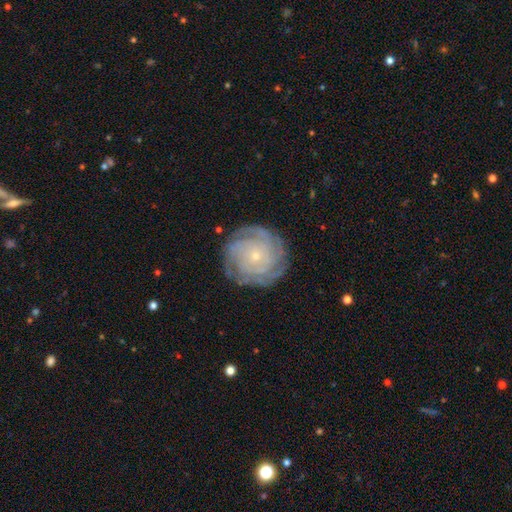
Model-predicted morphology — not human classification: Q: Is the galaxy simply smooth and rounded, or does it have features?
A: featured or disk — 82%.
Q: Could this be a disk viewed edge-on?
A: no — 98%.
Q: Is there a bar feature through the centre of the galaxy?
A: no — 84%.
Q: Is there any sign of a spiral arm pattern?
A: yes — 95%.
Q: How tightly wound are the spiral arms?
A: tight — 82%.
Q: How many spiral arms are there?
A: can't tell — 31%.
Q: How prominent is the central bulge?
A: small — 85%.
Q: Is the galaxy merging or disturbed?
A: none — 83%.